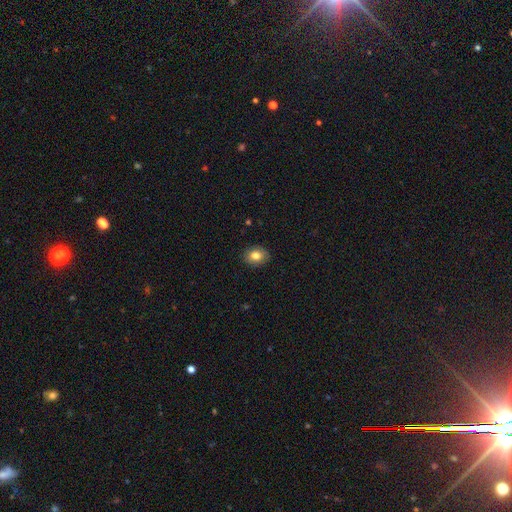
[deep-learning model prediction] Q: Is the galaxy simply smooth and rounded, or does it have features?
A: smooth — 81%.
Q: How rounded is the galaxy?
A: in between — 51%.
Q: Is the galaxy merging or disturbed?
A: none — 89%.